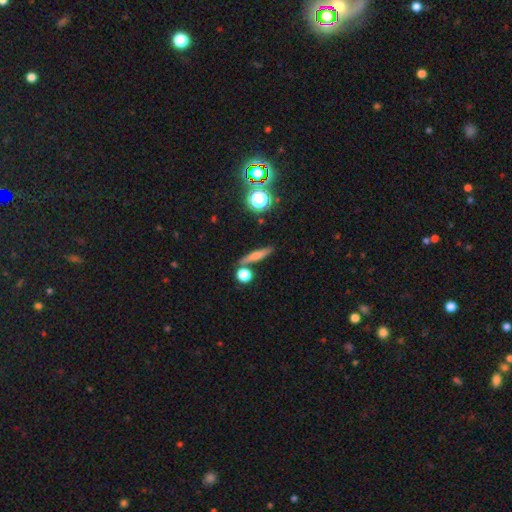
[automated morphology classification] Overall: smooth (59%; featured or disk 29%). How rounded: cigar-shaped (76%). Merging: none (78%).